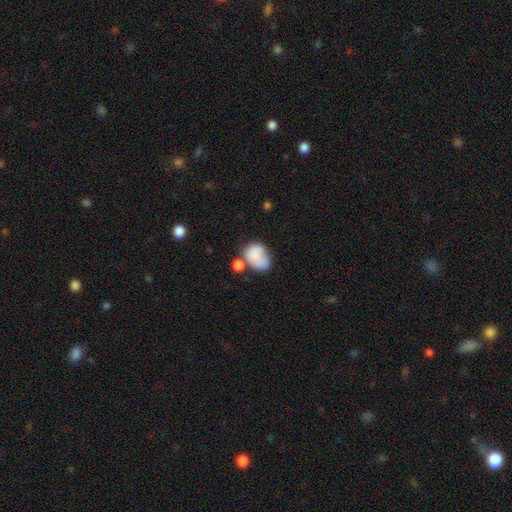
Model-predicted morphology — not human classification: This appears to be a smooth galaxy with no disk features (77%) that is in between round and cigar-shaped (69%). Merging: none (31%).